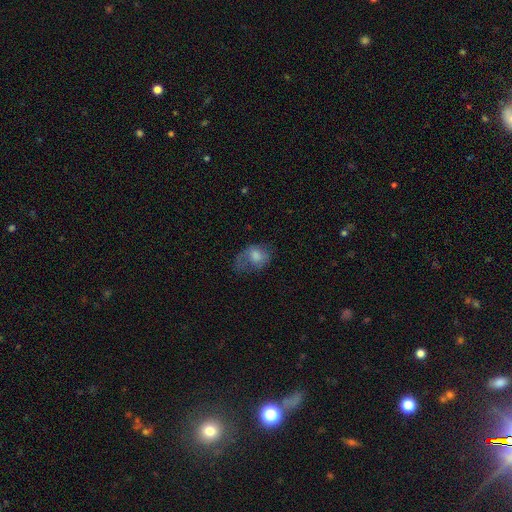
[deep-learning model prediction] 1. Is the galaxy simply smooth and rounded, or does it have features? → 63% smooth, 28% featured or disk, 9% star or artifact.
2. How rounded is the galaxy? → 71% in between, 28% round, 1% cigar-shaped.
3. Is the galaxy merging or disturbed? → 36% major disturbance, 35% none, 27% minor disturbance, 2% merger.